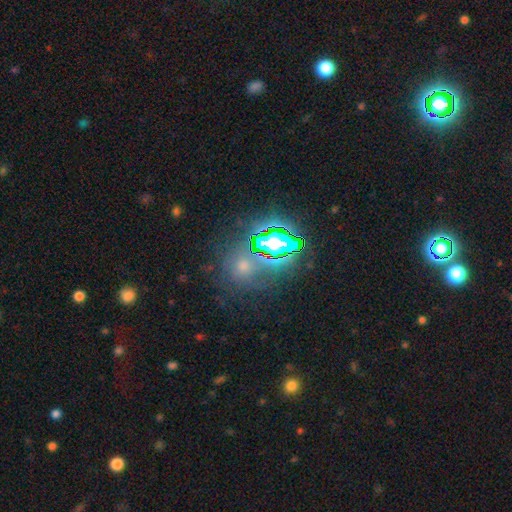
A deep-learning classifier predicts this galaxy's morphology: A star or artifact, not a galaxy (77%).

Vote fractions:
- Smooth or featured? star or artifact: 77% / smooth: 16% / featured or disk: 7%